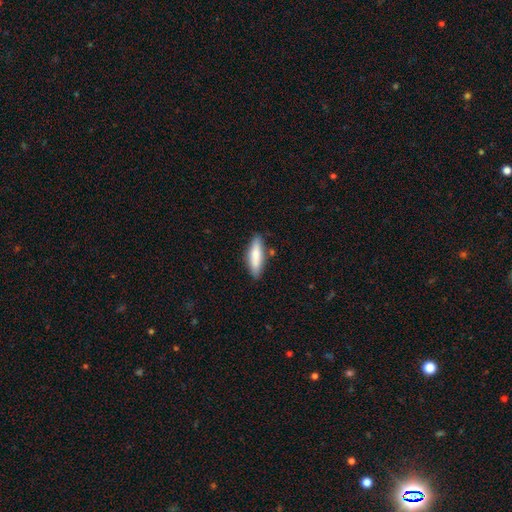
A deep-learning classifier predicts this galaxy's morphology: Smooth or featured? Predicted: smooth (p=0.77). How rounded? Predicted: cigar-shaped (p=0.60). Merging? Predicted: none (p=0.81).